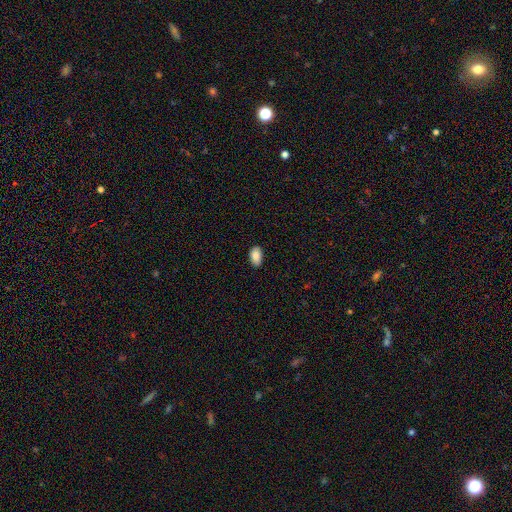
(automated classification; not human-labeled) Overall: smooth (88%). How rounded: in between (93%). Merging: none (86%).